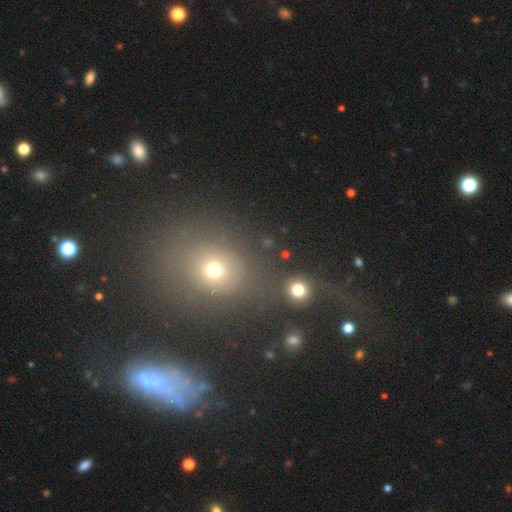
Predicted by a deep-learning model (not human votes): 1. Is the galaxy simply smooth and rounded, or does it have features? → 51% smooth, 35% star or artifact, 14% featured or disk.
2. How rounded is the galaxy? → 59% round, 38% in between, 3% cigar-shaped.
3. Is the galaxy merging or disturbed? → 67% none, 12% minor disturbance, 12% merger, 9% major disturbance.